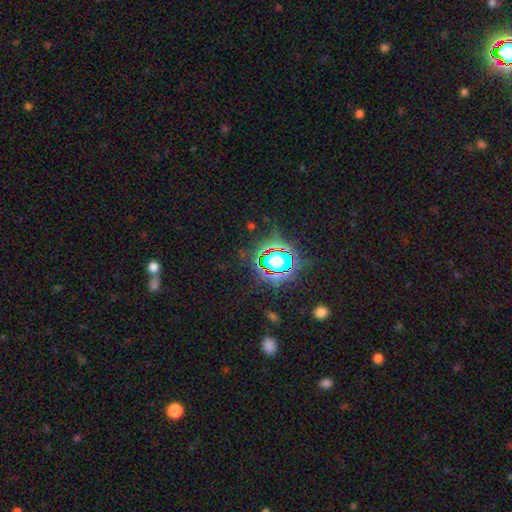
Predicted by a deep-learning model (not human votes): Overall: star or artifact (83%).